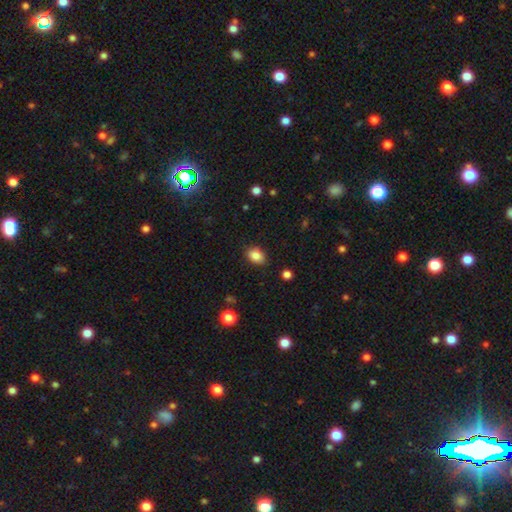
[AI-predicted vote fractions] Smooth or featured? smooth (84%)
How rounded? in between (72%)
Merging? none (84%)